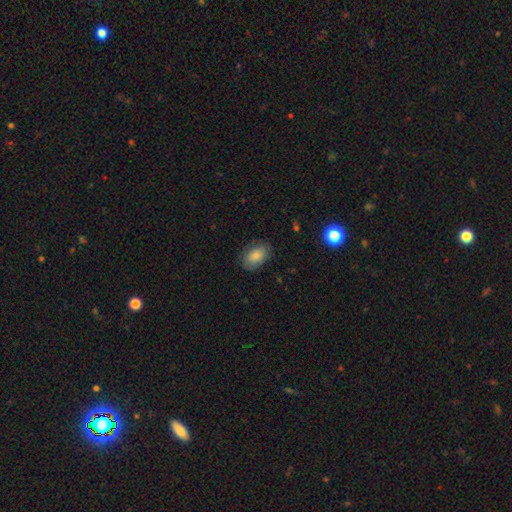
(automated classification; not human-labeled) smooth 83%, featured or disk 9%, star or artifact 7%. Down the decision tree: how rounded — in between (90%); merging — none (81%).